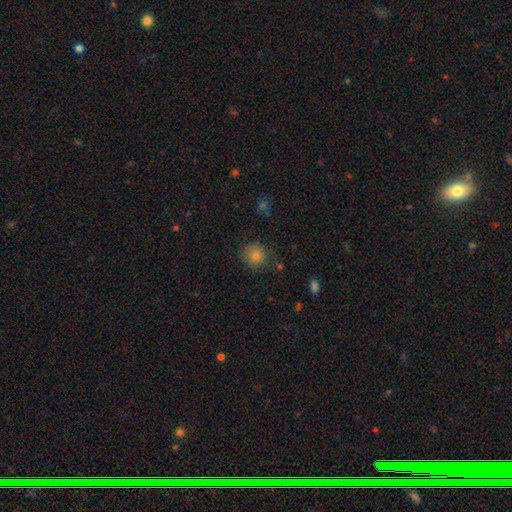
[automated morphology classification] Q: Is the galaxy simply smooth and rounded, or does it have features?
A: smooth — 79%.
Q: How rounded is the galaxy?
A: round — 86%.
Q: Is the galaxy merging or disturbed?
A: none — 74%.